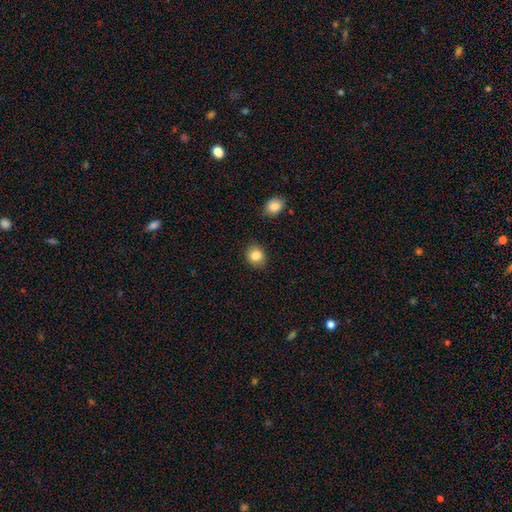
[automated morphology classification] The model was most divided on "how rounded": round: 72%, in between: 27%, cigar-shaped: 1%. More confident: merging — none (87%); smooth or featured — smooth (84%).